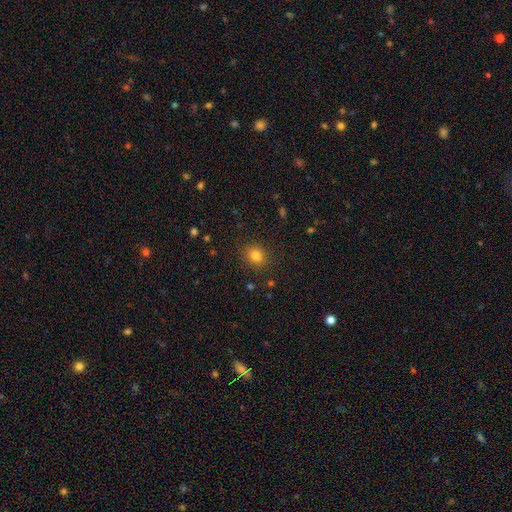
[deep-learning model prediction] Smooth or featured? smooth (81%)
How rounded? round (62%)
Merging? none (87%)